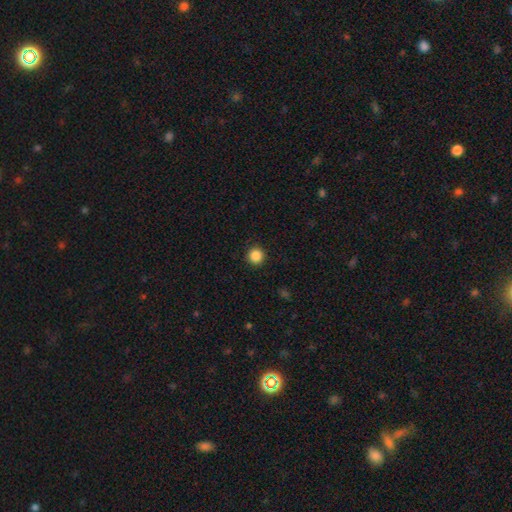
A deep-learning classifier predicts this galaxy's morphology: Q: Smooth or featured?
A: smooth (87%); runner-up: star or artifact (10%)
Q: How rounded?
A: round (95%); runner-up: in between (4%)
Q: Merging?
A: none (92%); runner-up: minor disturbance (5%)